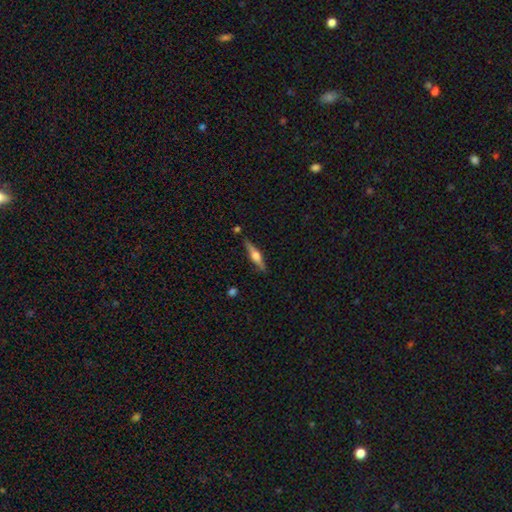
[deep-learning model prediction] featured or disk 65%, smooth 29%, star or artifact 6%. Down the decision tree: edge-on disk — yes (97%); edge-on bulge — rounded (91%); merging — none (86%).